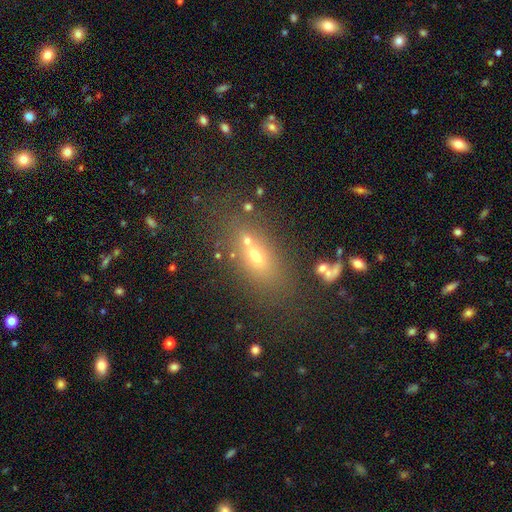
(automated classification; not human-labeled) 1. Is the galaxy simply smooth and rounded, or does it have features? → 58% smooth, 22% featured or disk, 20% star or artifact.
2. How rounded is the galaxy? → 69% in between, 16% cigar-shaped, 15% round.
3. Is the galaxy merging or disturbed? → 58% none, 21% merger, 13% minor disturbance, 7% major disturbance.